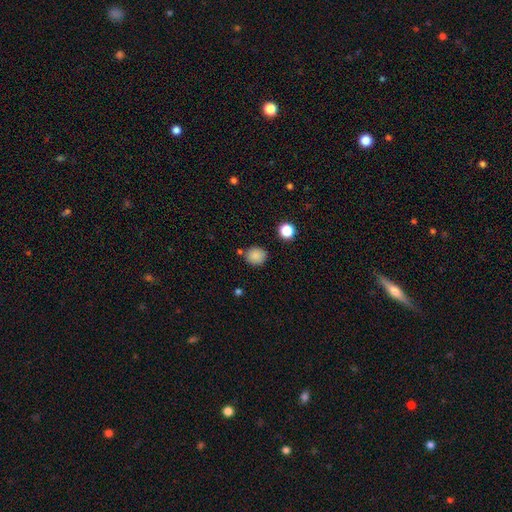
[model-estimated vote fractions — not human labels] Overall: smooth (86%). How rounded: round (81%). Merging: none (80%).